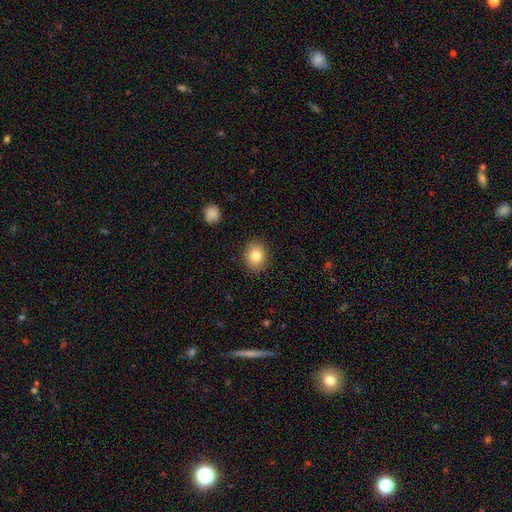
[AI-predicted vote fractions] Smooth or featured? Predicted: smooth (p=0.82). How rounded? Predicted: round (p=0.51). Merging? Predicted: none (p=0.88).